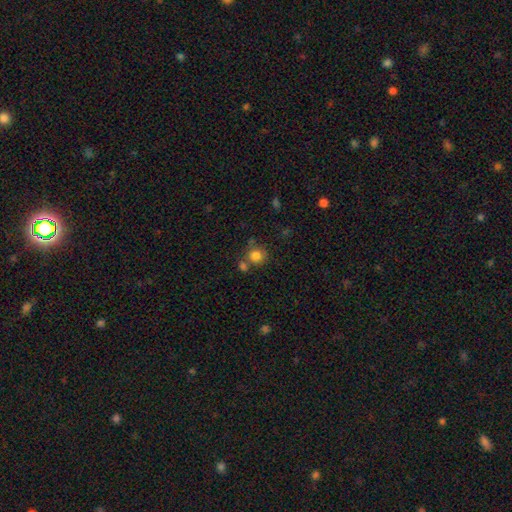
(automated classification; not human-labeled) smooth_or_featured: smooth (p=0.82) [alt: star or artifact p=0.11]
how_rounded: round (p=0.87) [alt: in between p=0.12]
merging: none (p=0.62) [alt: merger p=0.22]